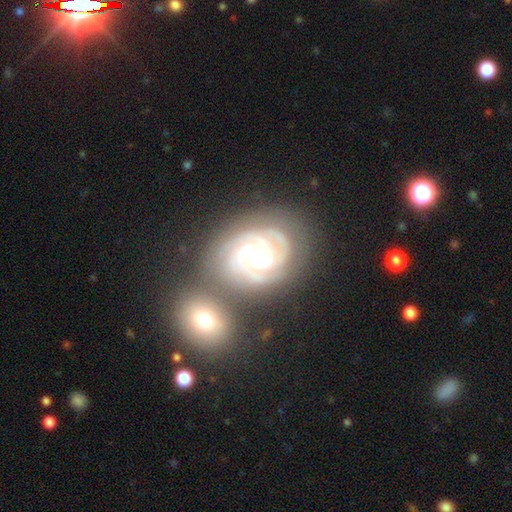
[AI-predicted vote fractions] This appears to be a featured or disk galaxy (88%) with a weak bar (46%), 2 (44%) tight (61%) spiral arms (97%) and a moderate central bulge (63%). Merging: none (59%).